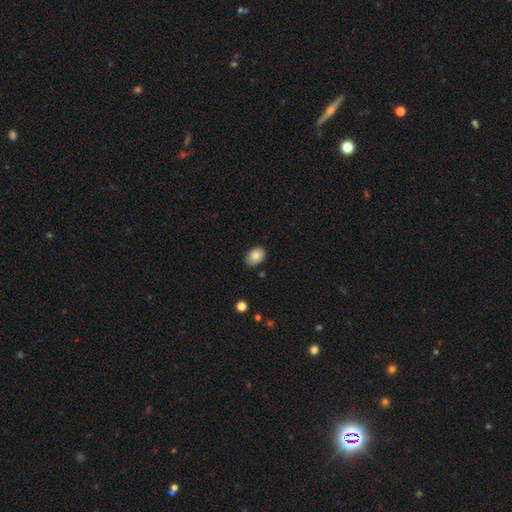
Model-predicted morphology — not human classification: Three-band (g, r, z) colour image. It shows a smooth galaxy with no disk features (84%) that is in between round and cigar-shaped (79%). Merging: none (82%).